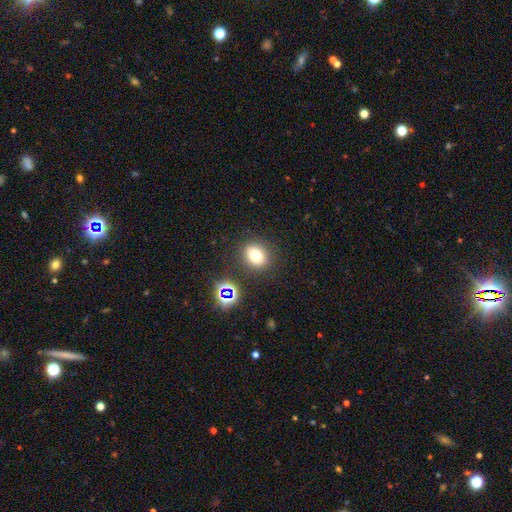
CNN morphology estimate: Smooth or featured? Predicted: smooth (p=0.71). How rounded? Predicted: round (p=0.68). Merging? Predicted: none (p=0.85).